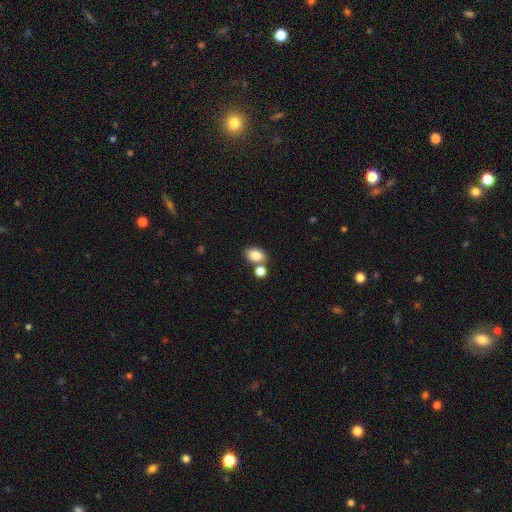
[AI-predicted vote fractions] smooth 83%, star or artifact 10%, featured or disk 7%. Down the decision tree: how rounded — in between (76%); merging — none (65%).